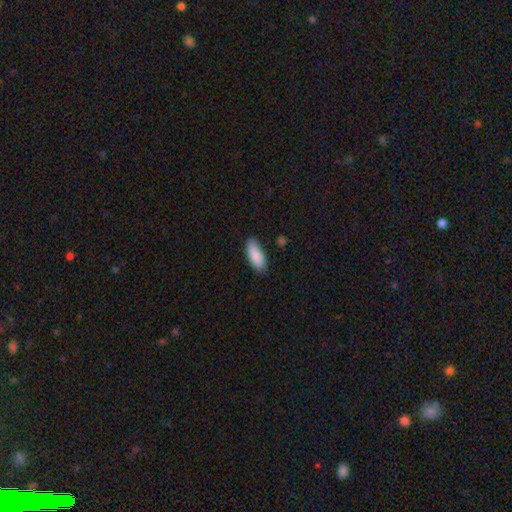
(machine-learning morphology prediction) Smooth or featured?
  - smooth: 88% *
  - featured or disk: 6%
  - star or artifact: 6%
How rounded?
  - in between: 83% *
  - cigar-shaped: 15%
  - round: 2%
Merging?
  - none: 77% *
  - minor disturbance: 18%
  - major disturbance: 3%
  - merger: 2%